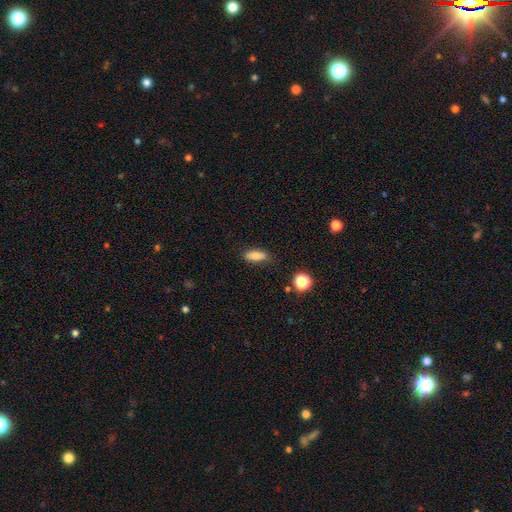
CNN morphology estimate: Smooth or featured? smooth (77%)
How rounded? in between (75%)
Merging? none (82%)